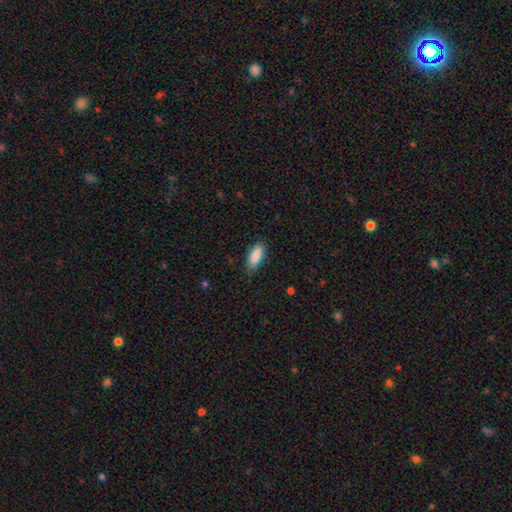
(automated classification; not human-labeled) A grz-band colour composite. It shows a smooth galaxy with no disk features (88%) that is in between round and cigar-shaped (80%). Merging: none (74%).